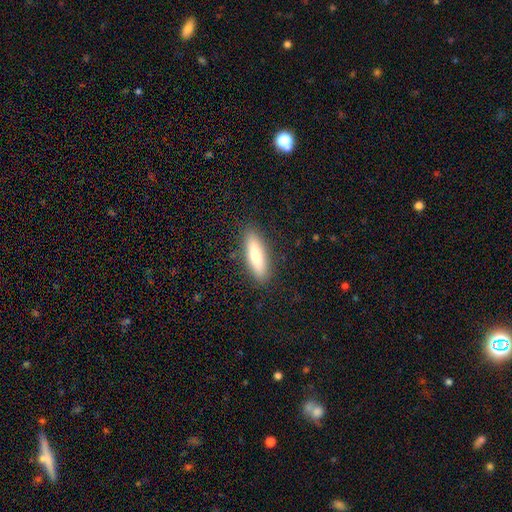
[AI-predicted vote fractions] A smooth galaxy with no disk features (74%) that is cigar-shaped (63%).

Vote fractions:
- Smooth or featured? smooth: 74% / featured or disk: 20% / star or artifact: 6%
- How rounded? cigar-shaped: 63% / in between: 35% / round: 2%
- Merging? none: 87% / minor disturbance: 9% / major disturbance: 2% / merger: 1%